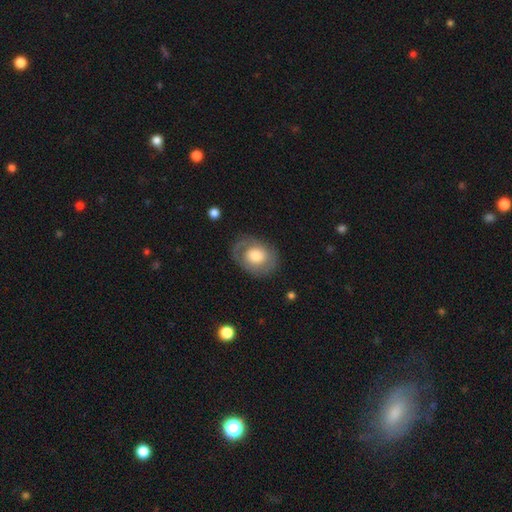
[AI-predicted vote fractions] smooth_or_featured: smooth (p=0.51) [alt: featured or disk p=0.42]
how_rounded: in between (p=0.60) [alt: round p=0.39]
merging: none (p=0.73) [alt: minor disturbance p=0.17]